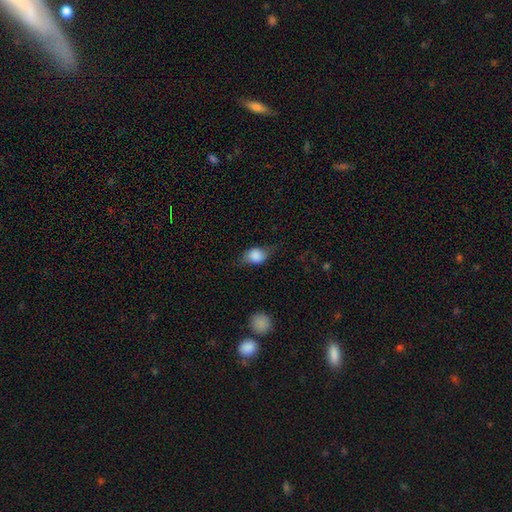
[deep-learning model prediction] Overall: smooth (72%). How rounded: in between (63%; round 34%). Merging: none (57%; minor disturbance 28%).